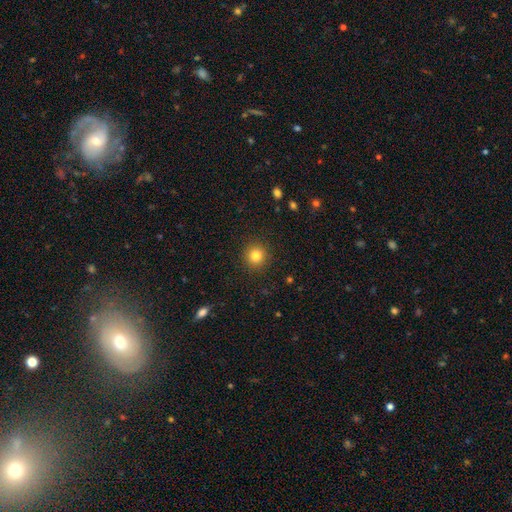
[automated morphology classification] The model was most divided on "smooth or featured": smooth: 83%, star or artifact: 12%, featured or disk: 6%. More confident: how rounded — round (93%); merging — none (91%).